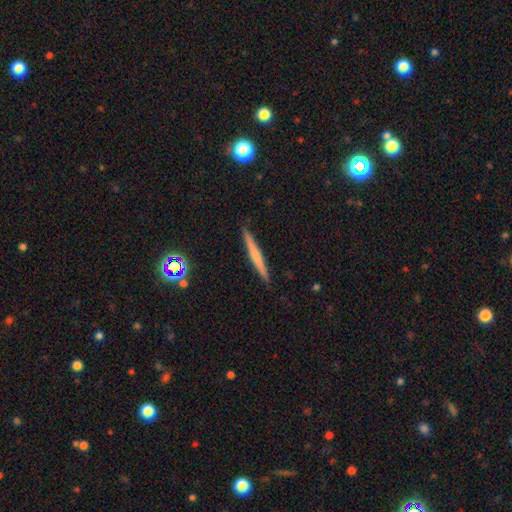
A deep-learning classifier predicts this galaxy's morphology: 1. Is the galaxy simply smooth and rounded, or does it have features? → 51% smooth, 41% featured or disk, 7% star or artifact.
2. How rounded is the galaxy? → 96% cigar-shaped, 2% in between, 1% round.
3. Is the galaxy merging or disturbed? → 91% none, 6% minor disturbance, 1% major disturbance, 1% merger.